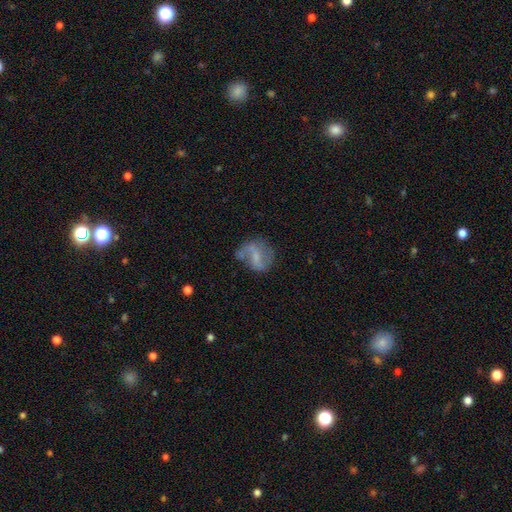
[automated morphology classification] Q: Smooth or featured?
A: featured or disk (60%); runner-up: smooth (32%)
Q: Edge-on disk?
A: no (97%); runner-up: yes (3%)
Q: Bar?
A: weak (45%); runner-up: no (33%)
Q: Spiral arms?
A: yes (72%); runner-up: no (28%)
Q: Bulge size?
A: small (44%); runner-up: none (32%)
Q: Merging?
A: none (50%); runner-up: minor disturbance (24%)